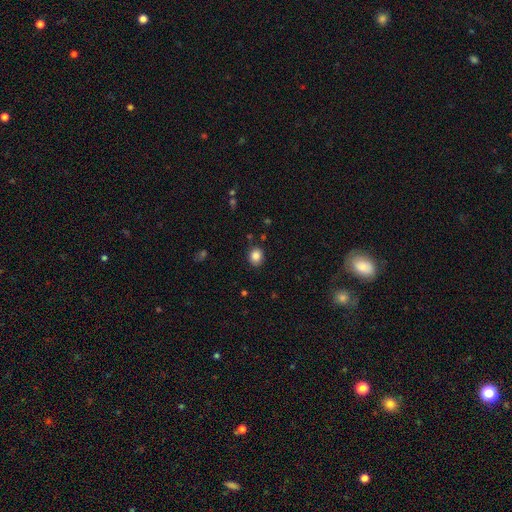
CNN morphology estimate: Smooth or featured: smooth — 85% (star or artifact — 10%)
How rounded: round — 63% (in between — 36%)
Merging: none — 86% (minor disturbance — 10%)